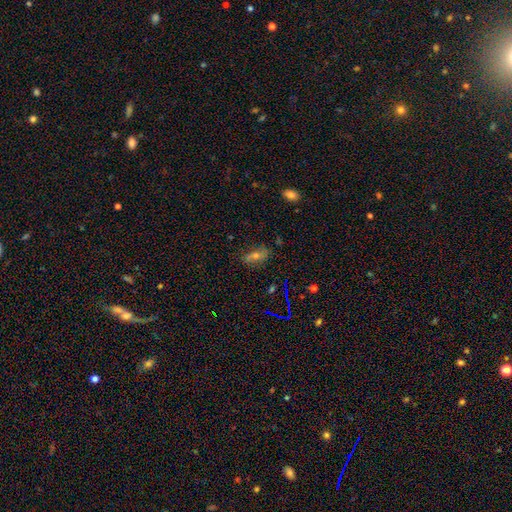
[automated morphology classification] type=featured or disk (38%); merging=none (73%).